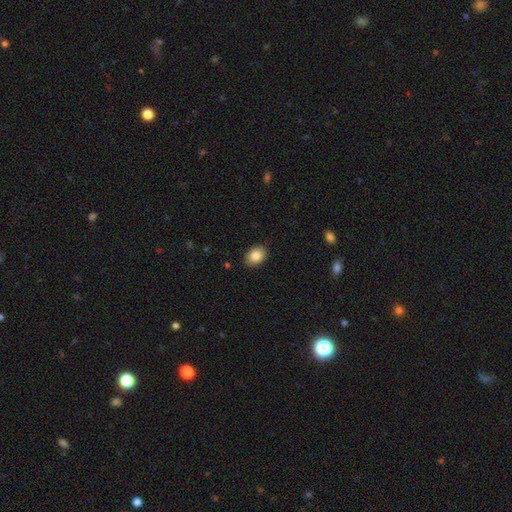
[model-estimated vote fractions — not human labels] Smooth or featured: smooth — 86% (star or artifact — 8%)
How rounded: in between — 78% (round — 21%)
Merging: none — 88% (minor disturbance — 9%)